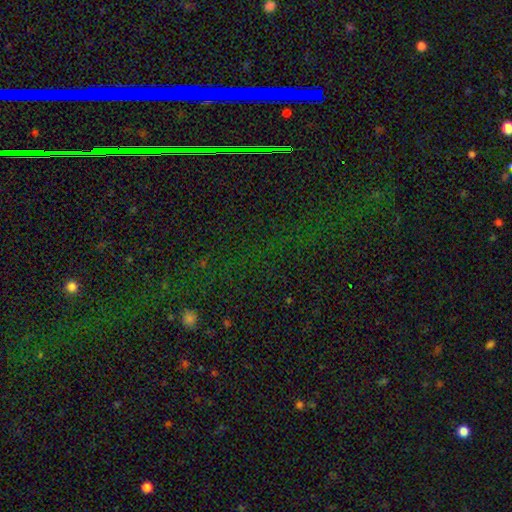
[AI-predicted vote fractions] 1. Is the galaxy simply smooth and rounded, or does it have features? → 79% star or artifact, 11% featured or disk, 10% smooth.